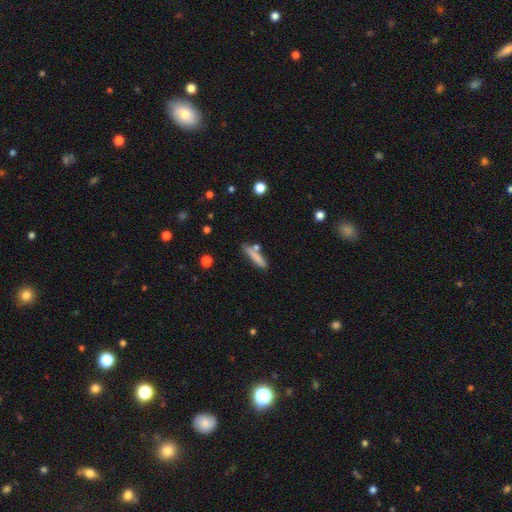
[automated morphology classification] Smooth or featured: smooth — 77% (featured or disk — 16%)
How rounded: cigar-shaped — 87% (in between — 11%)
Merging: none — 68% (minor disturbance — 15%)